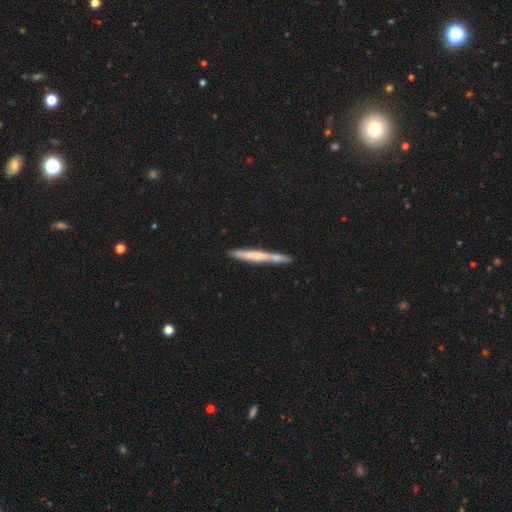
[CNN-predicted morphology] Smooth or featured?
  - smooth: 51% *
  - featured or disk: 44%
  - star or artifact: 6%
How rounded?
  - cigar-shaped: 96% *
  - in between: 3%
  - round: 1%
Merging?
  - none: 72% *
  - minor disturbance: 15%
  - merger: 10%
  - major disturbance: 3%